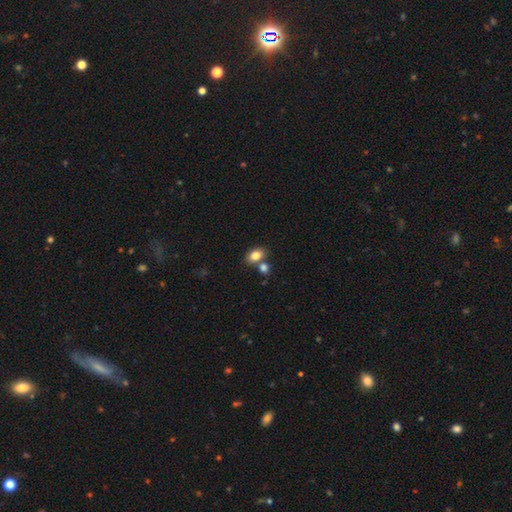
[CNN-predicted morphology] Overall: smooth (81%). How rounded: in between (77%). Merging: none (60%; merger 27%).